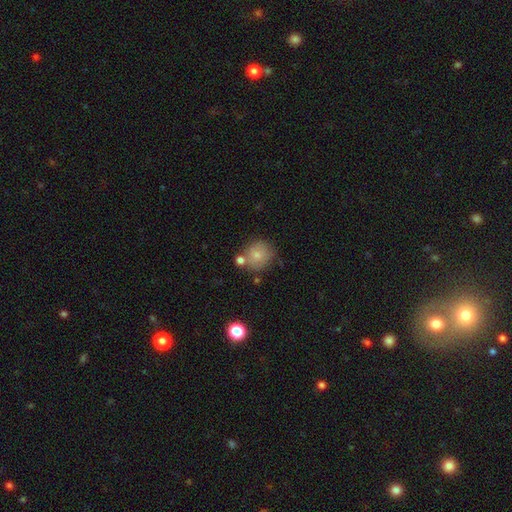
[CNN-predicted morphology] smooth 78%, featured or disk 13%, star or artifact 9%. Down the decision tree: how rounded — round (84%); merging — none (64%).